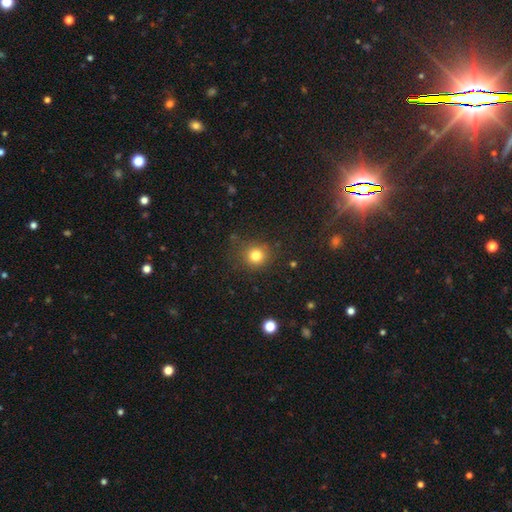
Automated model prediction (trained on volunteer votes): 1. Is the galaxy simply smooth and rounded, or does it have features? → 80% smooth, 13% star or artifact, 6% featured or disk.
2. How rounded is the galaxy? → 90% round, 10% in between, 1% cigar-shaped.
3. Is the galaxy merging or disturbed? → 83% none, 11% minor disturbance, 4% major disturbance, 2% merger.